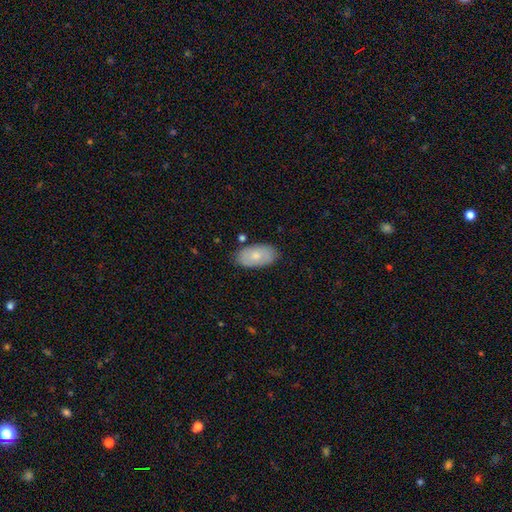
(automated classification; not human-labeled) Smooth or featured?
  - smooth: 72% *
  - featured or disk: 22%
  - star or artifact: 6%
How rounded?
  - in between: 94% *
  - round: 4%
  - cigar-shaped: 2%
Merging?
  - none: 81% *
  - minor disturbance: 14%
  - major disturbance: 3%
  - merger: 3%